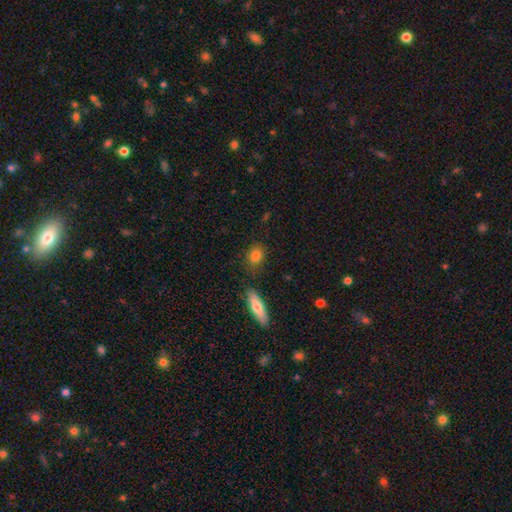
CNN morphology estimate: Q: Smooth or featured?
A: smooth (83%); runner-up: star or artifact (9%)
Q: How rounded?
A: in between (56%); runner-up: round (39%)
Q: Merging?
A: none (79%); runner-up: minor disturbance (13%)